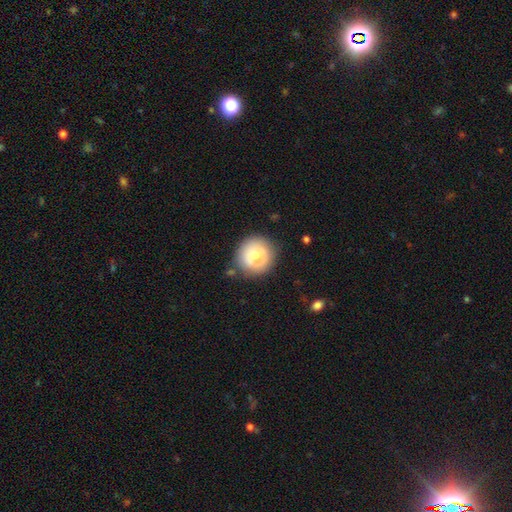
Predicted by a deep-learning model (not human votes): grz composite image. It shows a smooth galaxy with no disk features (73%) that is round (94%). Merging: none (81%).